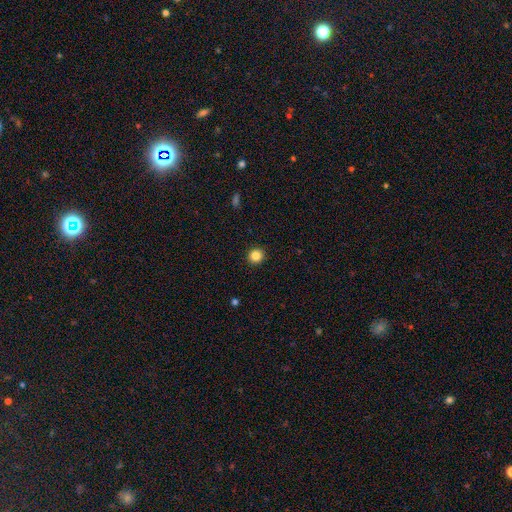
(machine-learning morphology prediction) smooth-or-featured: smooth: 85% | star or artifact: 11% | featured or disk: 4%
  how-rounded: round: 93% | in between: 6% | cigar-shaped: 1%
  merging: none: 93% | minor disturbance: 4% | major disturbance: 2% | merger: 1%